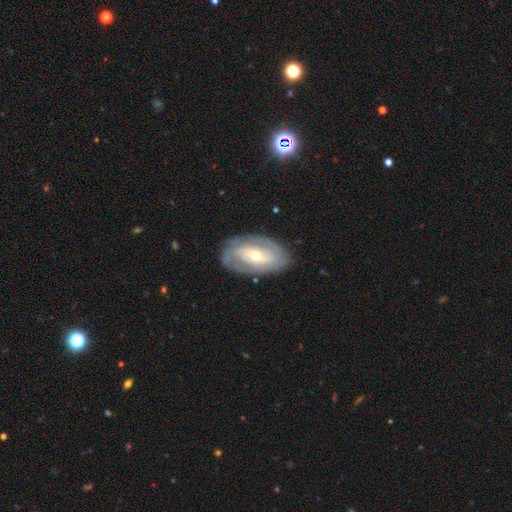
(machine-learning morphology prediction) Smooth or featured? Predicted: featured or disk (p=0.78). Edge-on disk? Predicted: no (p=0.94). Bar? Predicted: no (p=0.56). Spiral arms? Predicted: yes (p=0.84). Spiral winding? Predicted: tight (p=0.65). Spiral arm count? Predicted: 2 (p=0.46). Bulge size? Predicted: moderate (p=0.54). Merging? Predicted: none (p=0.79).